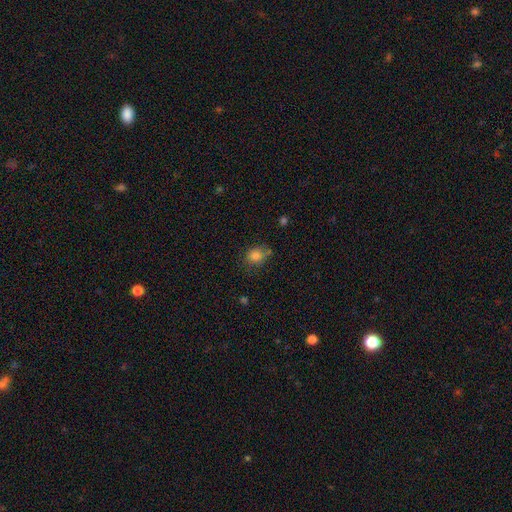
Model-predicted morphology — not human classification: Q: Smooth or featured?
A: smooth (82%); runner-up: star or artifact (11%)
Q: How rounded?
A: round (63%); runner-up: in between (36%)
Q: Merging?
A: none (63%); runner-up: minor disturbance (24%)